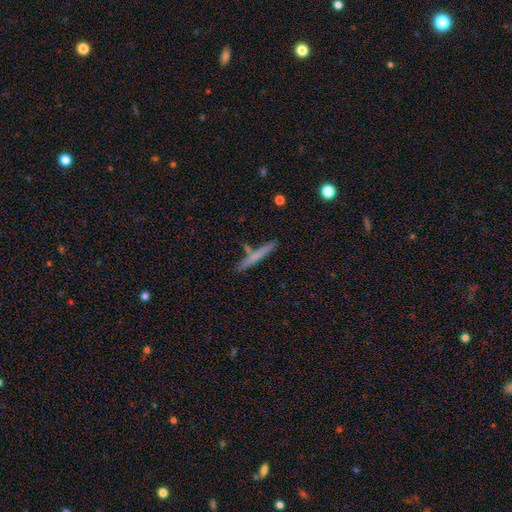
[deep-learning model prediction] smooth_or_featured: smooth (p=0.62) [alt: featured or disk p=0.32]
how_rounded: cigar-shaped (p=0.95) [alt: in between p=0.03]
merging: none (p=0.79) [alt: minor disturbance p=0.11]